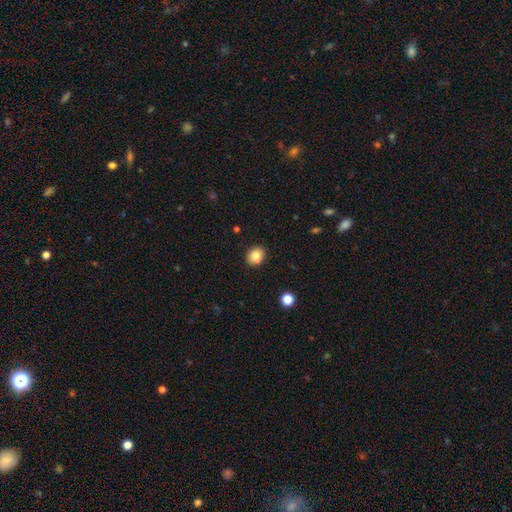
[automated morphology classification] smooth_or_featured: smooth (p=0.82) [alt: star or artifact p=0.10]
how_rounded: round (p=0.67) [alt: in between p=0.32]
merging: none (p=0.87) [alt: minor disturbance p=0.09]